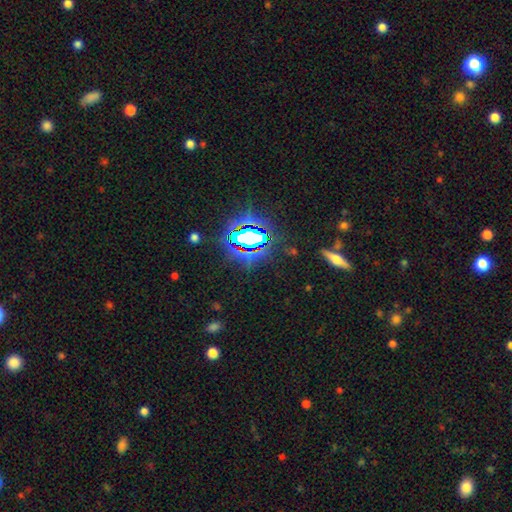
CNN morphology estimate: type=star or artifact (82%).